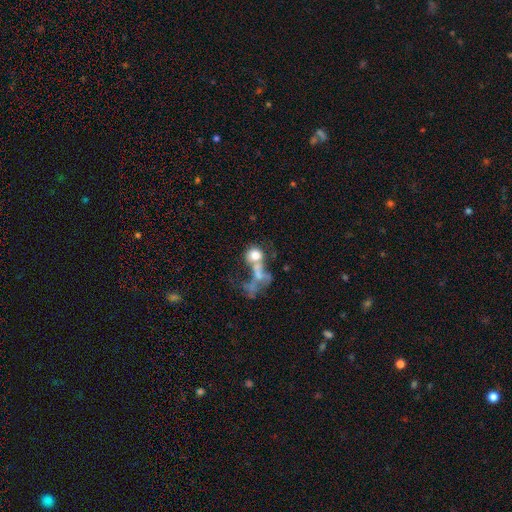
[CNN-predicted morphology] Smooth or featured? smooth (58%)
How rounded? round (69%)
Merging? merger (49%)